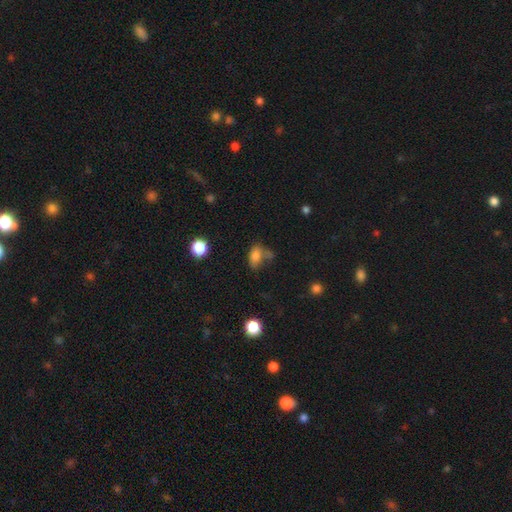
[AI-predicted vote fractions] Smooth or featured?
  - smooth: 77% *
  - star or artifact: 13%
  - featured or disk: 9%
How rounded?
  - in between: 84% *
  - round: 13%
  - cigar-shaped: 3%
Merging?
  - none: 41% *
  - merger: 26%
  - minor disturbance: 21%
  - major disturbance: 13%